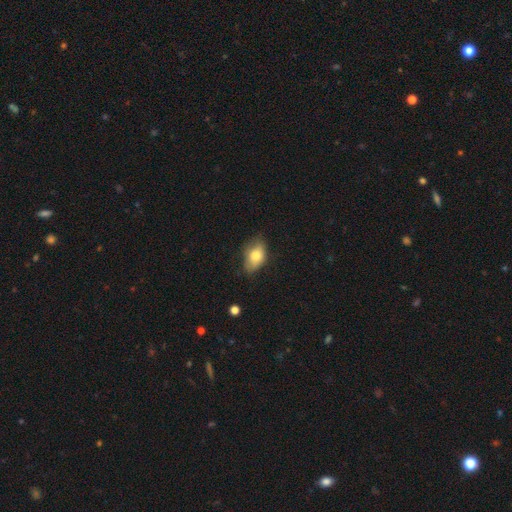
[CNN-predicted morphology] Smooth or featured? smooth (76%)
How rounded? in between (88%)
Merging? none (64%)